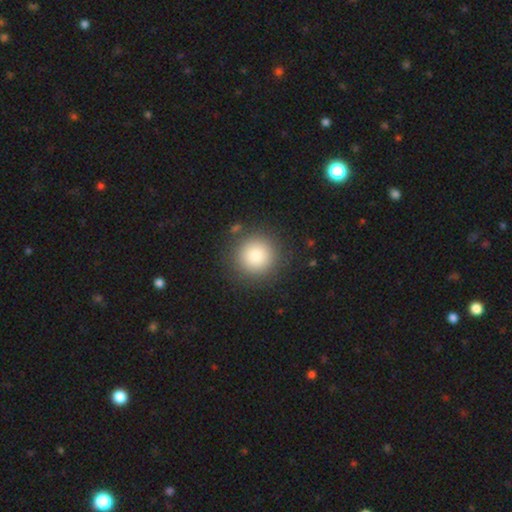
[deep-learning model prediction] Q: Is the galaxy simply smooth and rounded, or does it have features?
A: smooth — 85%.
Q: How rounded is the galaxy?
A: round — 95%.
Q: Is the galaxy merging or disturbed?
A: none — 88%.